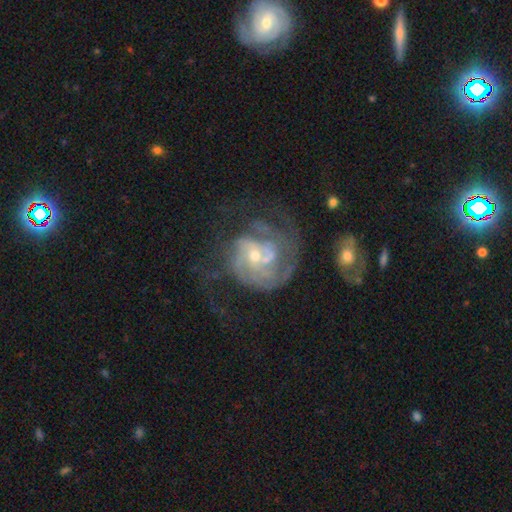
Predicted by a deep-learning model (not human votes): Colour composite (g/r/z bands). It shows a featured or disk galaxy (84%) with no bar (66%), tight (48%) spiral arms (90%) and a small central bulge (55%). Merging: none (40%).